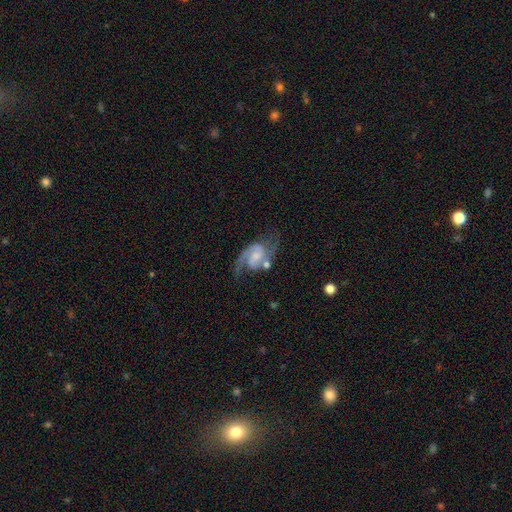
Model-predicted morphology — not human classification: Smooth or featured? featured or disk (88%)
Edge-on disk? no (98%)
Bar? weak (45%)
Spiral arms? yes (97%)
Spiral winding? medium (55%)
Spiral arm count? 2 (92%)
Bulge size? small (40%)
Merging? none (63%)